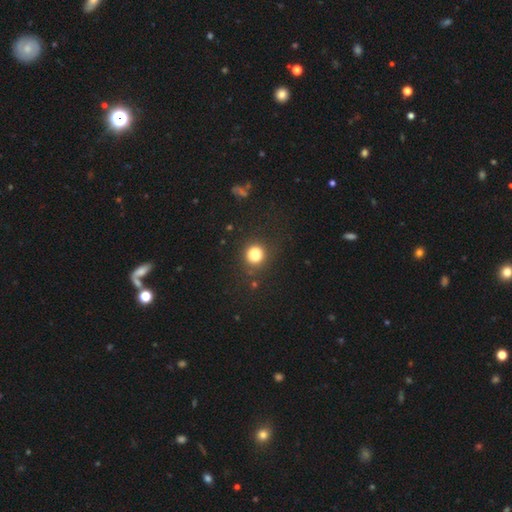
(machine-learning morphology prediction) type=smooth (83%); roundness=round (83%); merging=none (77%).